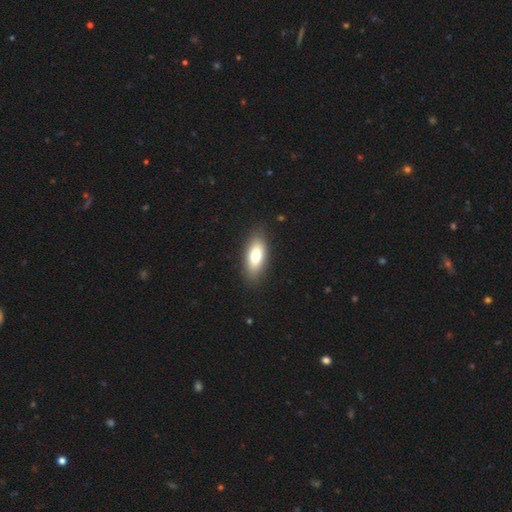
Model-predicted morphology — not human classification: Smooth or featured?
  - smooth: 71% *
  - featured or disk: 22%
  - star or artifact: 7%
How rounded?
  - in between: 79% *
  - cigar-shaped: 17%
  - round: 3%
Merging?
  - none: 87% *
  - minor disturbance: 10%
  - major disturbance: 3%
  - merger: 1%